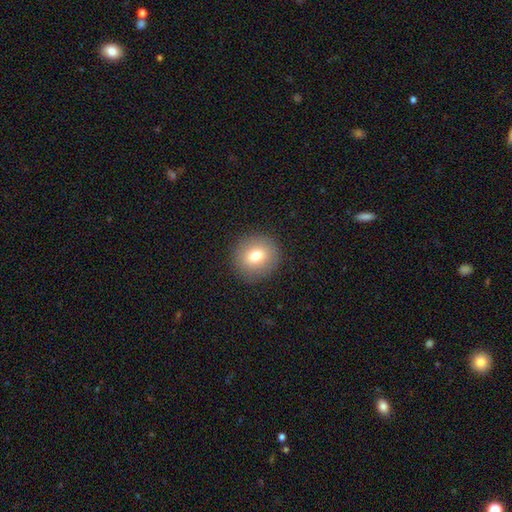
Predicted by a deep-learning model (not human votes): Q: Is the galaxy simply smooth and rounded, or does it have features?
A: smooth — 75%.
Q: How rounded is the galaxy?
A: round — 87%.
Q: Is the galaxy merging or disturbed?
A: none — 89%.